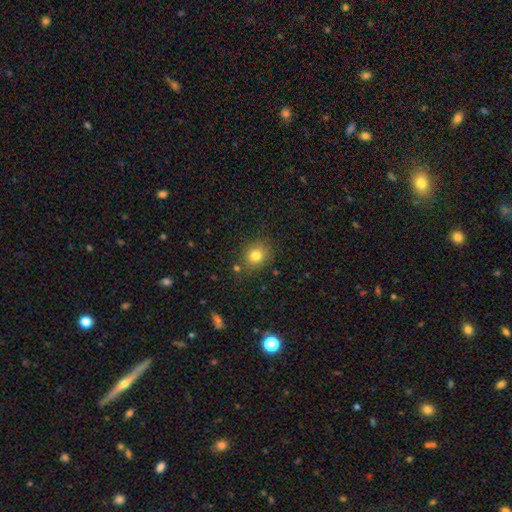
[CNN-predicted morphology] smooth 79%, star or artifact 12%, featured or disk 9%. Down the decision tree: how rounded — round (70%); merging — none (80%).